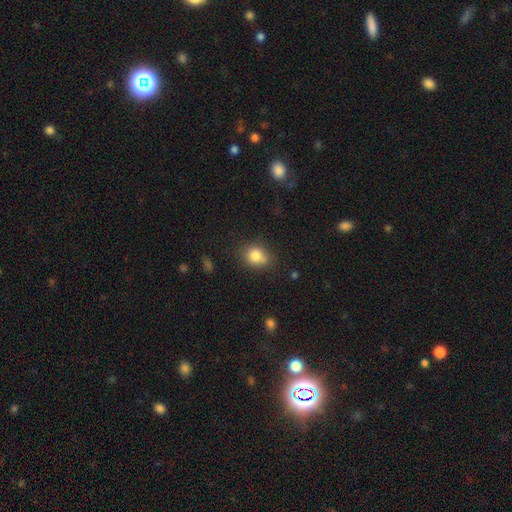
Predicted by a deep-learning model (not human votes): Smooth or featured? Predicted: smooth (p=0.82). How rounded? Predicted: round (p=0.58). Merging? Predicted: none (p=0.66).